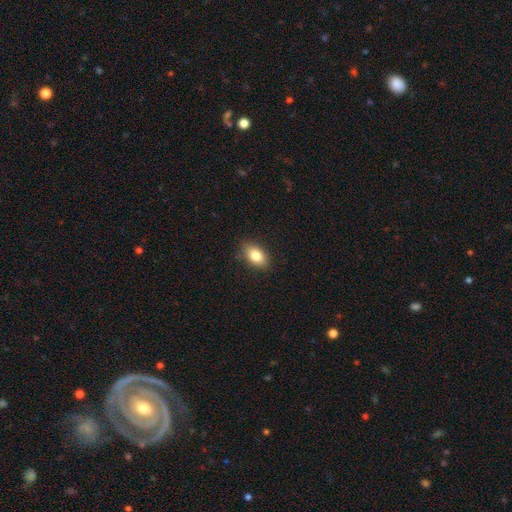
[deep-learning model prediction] Smooth or featured: smooth — 83% (featured or disk — 9%)
How rounded: in between — 87% (round — 11%)
Merging: none — 85% (minor disturbance — 12%)